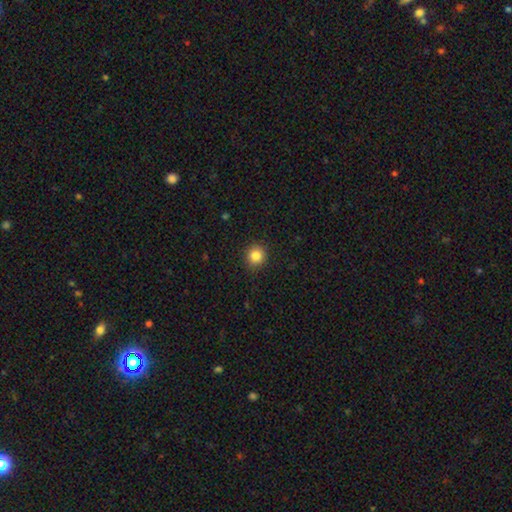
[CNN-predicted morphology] smooth_or_featured: smooth (p=0.85) [alt: star or artifact p=0.10]
how_rounded: round (p=0.87) [alt: in between p=0.12]
merging: none (p=0.90) [alt: minor disturbance p=0.07]